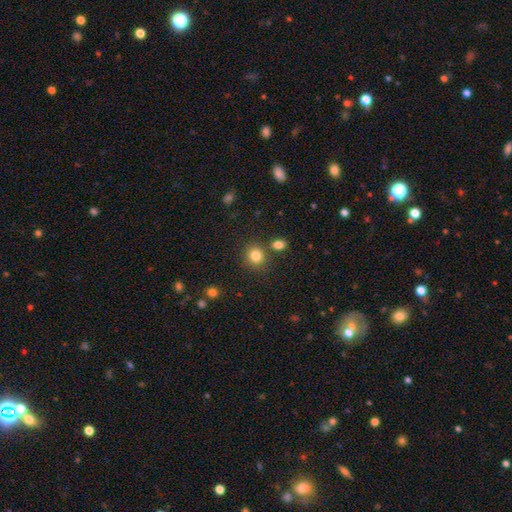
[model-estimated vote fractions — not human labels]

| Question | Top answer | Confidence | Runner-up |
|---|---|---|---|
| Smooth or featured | smooth | 83% | star or artifact (12%) |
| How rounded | round | 80% | in between (19%) |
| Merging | none | 77% | merger (11%) |